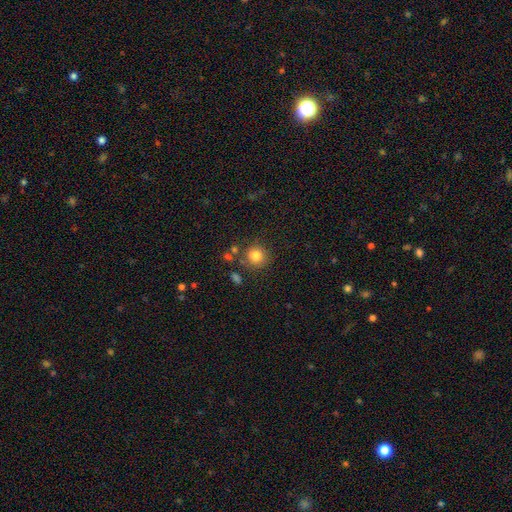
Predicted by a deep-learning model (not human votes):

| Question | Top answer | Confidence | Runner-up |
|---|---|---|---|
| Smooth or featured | smooth | 81% | star or artifact (12%) |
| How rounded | round | 92% | in between (8%) |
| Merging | none | 80% | minor disturbance (10%) |